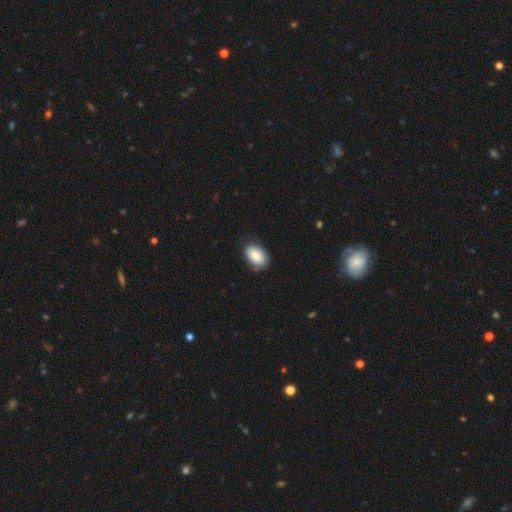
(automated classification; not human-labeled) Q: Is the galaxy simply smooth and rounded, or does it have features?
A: smooth — 85%.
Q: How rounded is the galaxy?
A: in between — 90%.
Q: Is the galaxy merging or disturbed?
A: none — 77%.